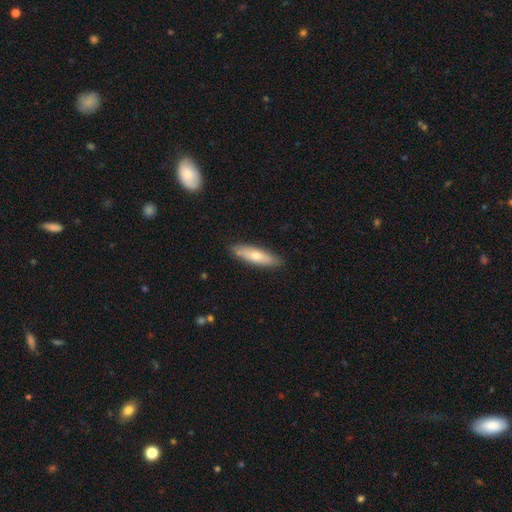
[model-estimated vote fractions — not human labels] A smooth galaxy with no disk features (64%) that is cigar-shaped (66%). Merging: none (85%).